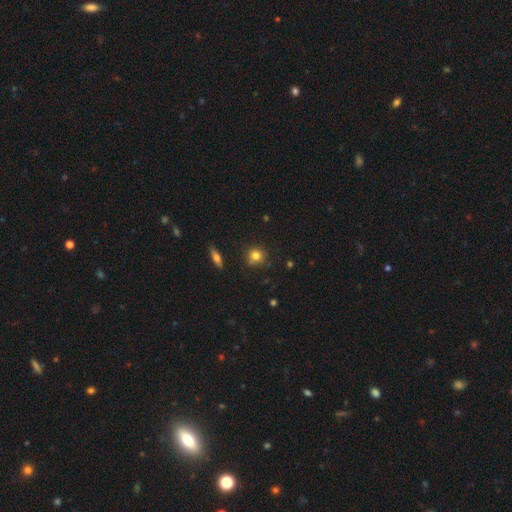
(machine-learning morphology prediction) Smooth or featured? smooth (79%)
How rounded? round (86%)
Merging? none (79%)